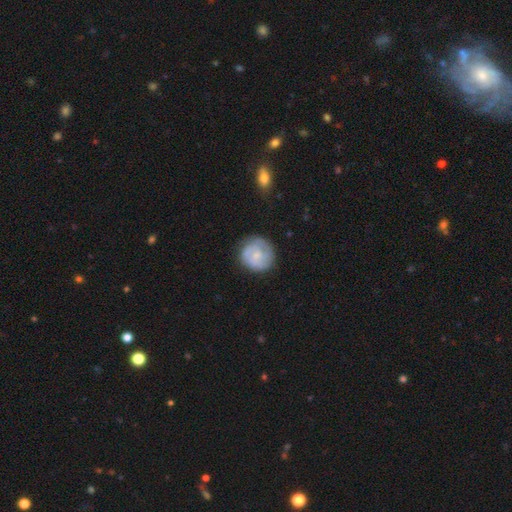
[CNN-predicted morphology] Overall: featured or disk (51%; smooth 43%). Edge-on disk: no (98%). Merging: none (75%).